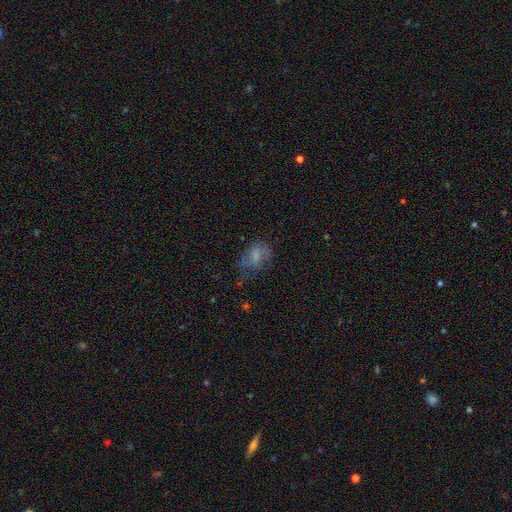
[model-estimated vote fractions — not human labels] smooth_or_featured: smooth (p=0.55) [alt: featured or disk p=0.32]
how_rounded: in between (p=0.76) [alt: round p=0.21]
merging: none (p=0.41) [alt: major disturbance p=0.29]